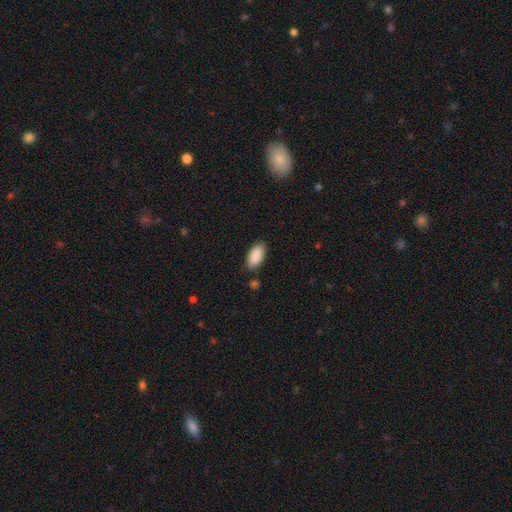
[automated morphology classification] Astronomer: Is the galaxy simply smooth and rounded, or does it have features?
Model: smooth — 90%.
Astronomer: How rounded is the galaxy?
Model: in between — 92%.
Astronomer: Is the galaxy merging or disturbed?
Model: none — 83%.